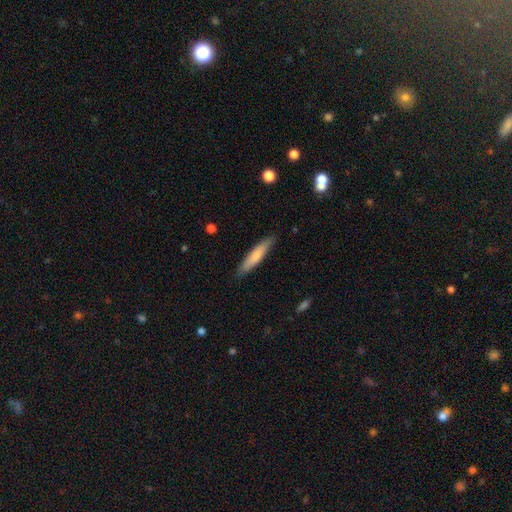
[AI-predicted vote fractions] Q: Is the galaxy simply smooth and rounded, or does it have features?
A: smooth — 74%.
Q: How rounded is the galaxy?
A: cigar-shaped — 85%.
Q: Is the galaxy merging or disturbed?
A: none — 87%.